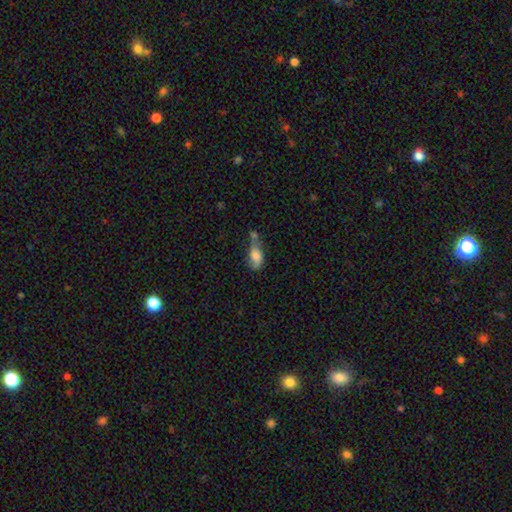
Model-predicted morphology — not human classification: Smooth or featured: smooth — 68% (featured or disk — 23%)
How rounded: in between — 82% (cigar-shaped — 10%)
Merging: merger — 39% (none — 24%)